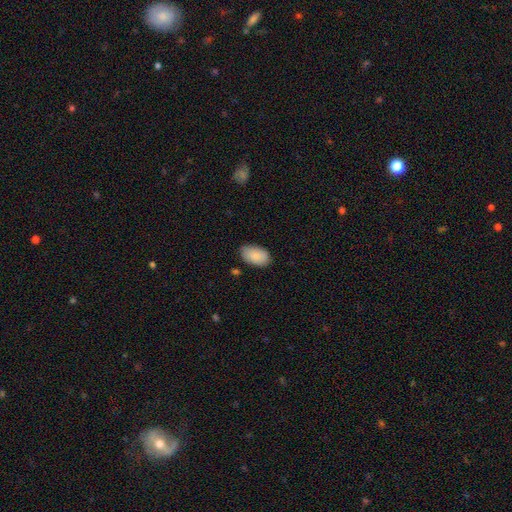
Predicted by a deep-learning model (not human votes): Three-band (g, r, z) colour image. It shows a smooth galaxy with no disk features (86%) that is in between round and cigar-shaped (93%). Merging: none (78%).